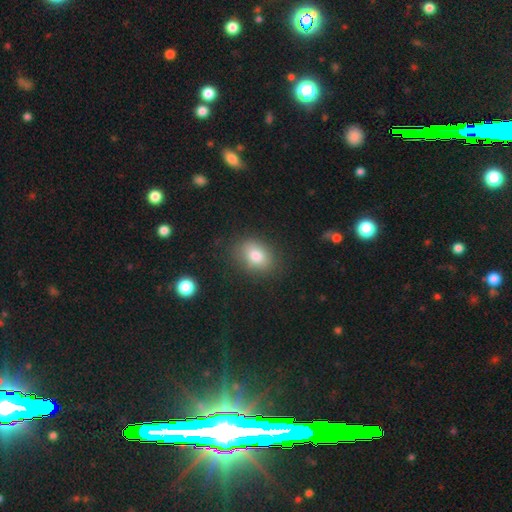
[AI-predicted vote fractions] Smooth or featured? Predicted: smooth (p=0.80). How rounded? Predicted: in between (p=0.72). Merging? Predicted: none (p=0.80).